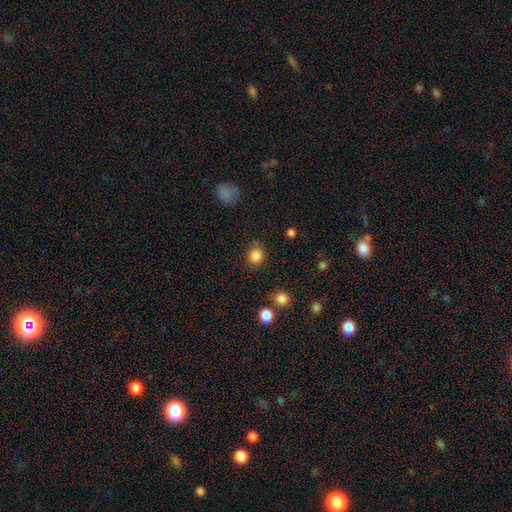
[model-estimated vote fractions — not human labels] Smooth or featured? Predicted: smooth (p=0.85). How rounded? Predicted: round (p=0.80). Merging? Predicted: none (p=0.83).